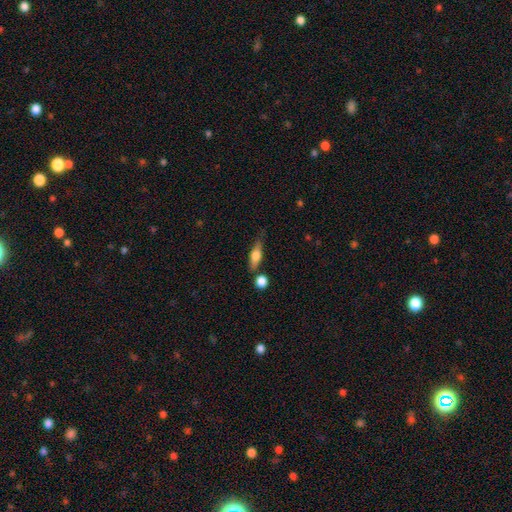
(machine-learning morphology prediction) This is possibly a smooth galaxy (51%). How rounded: possibly cigar-shaped (50%). Merging: likely none (65%).